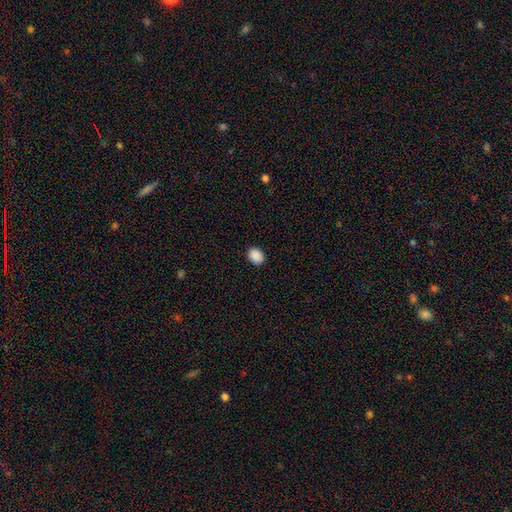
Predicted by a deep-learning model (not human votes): Overall: smooth (90%). How rounded: in between (56%; round 43%). Merging: none (90%).